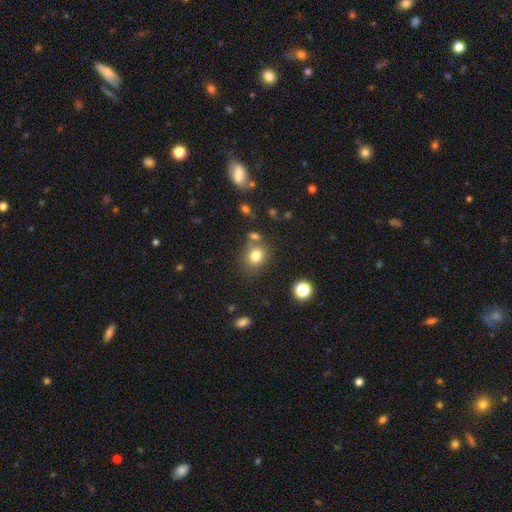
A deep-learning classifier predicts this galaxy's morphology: Q: Smooth or featured?
A: smooth (79%); runner-up: star or artifact (13%)
Q: How rounded?
A: round (70%); runner-up: in between (29%)
Q: Merging?
A: none (68%); runner-up: merger (14%)